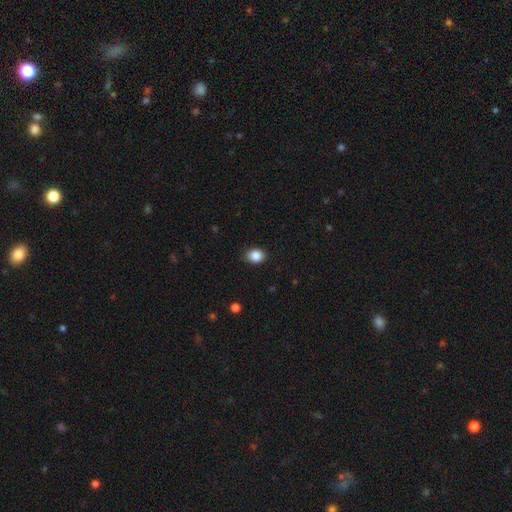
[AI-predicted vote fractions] smooth_or_featured: smooth (p=0.87) [alt: star or artifact p=0.09]
how_rounded: round (p=0.51) [alt: in between p=0.48]
merging: none (p=0.88) [alt: minor disturbance p=0.09]